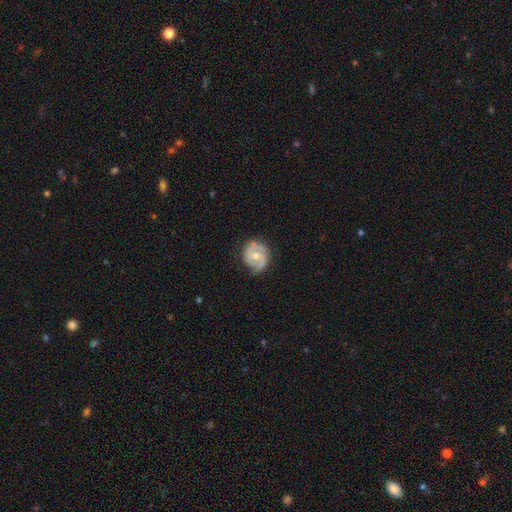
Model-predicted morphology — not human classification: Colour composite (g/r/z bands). It shows a featured or disk galaxy (71%) with no bar (54%), 2 (75%) medium (43%) spiral arms (91%) and a moderate central bulge (61%). Merging: none (71%).